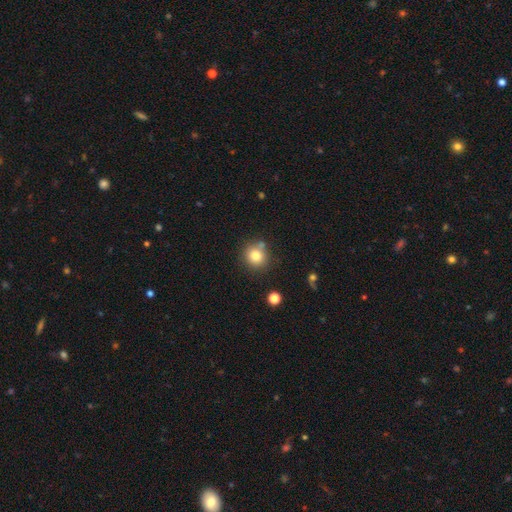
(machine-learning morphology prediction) This is likely a smooth galaxy (79%). How rounded: clearly round (90%). Merging: likely none (76%).